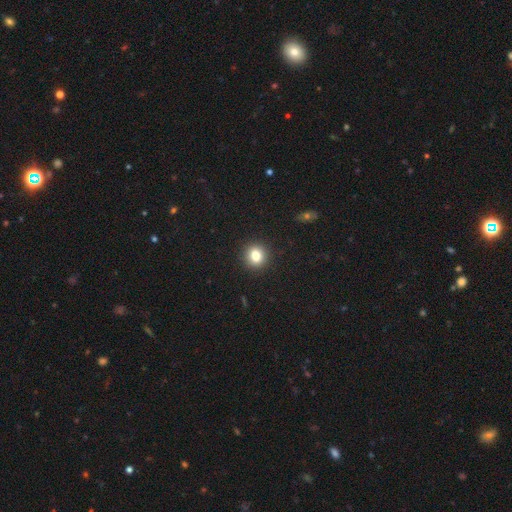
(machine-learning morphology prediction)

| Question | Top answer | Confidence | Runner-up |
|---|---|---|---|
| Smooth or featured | smooth | 82% | star or artifact (11%) |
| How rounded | round | 85% | in between (14%) |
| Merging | none | 92% | minor disturbance (5%) |